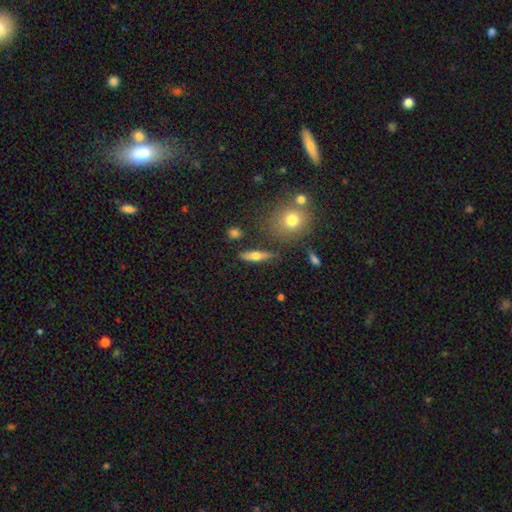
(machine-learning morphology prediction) The model was most divided on "smooth or featured": smooth: 48%, featured or disk: 43%, star or artifact: 8%. More confident: merging — none (82%).